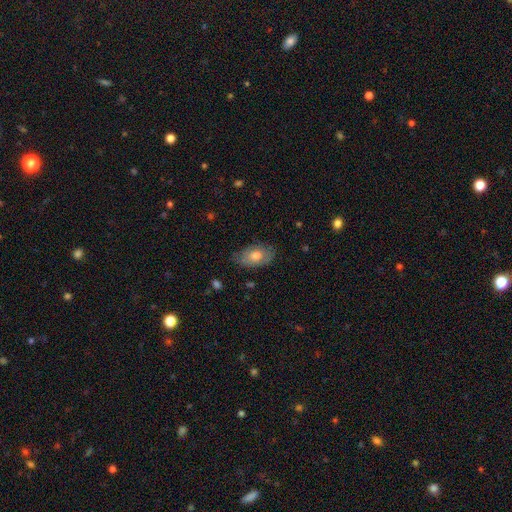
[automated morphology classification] type=smooth (73%); roundness=in between (90%); merging=none (70%).